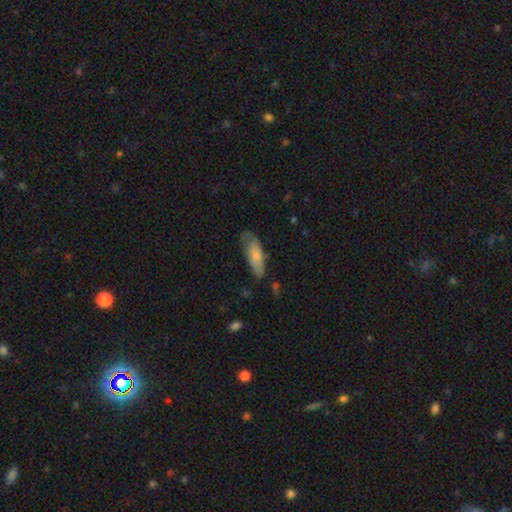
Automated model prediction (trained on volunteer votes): Overall: smooth (73%). How rounded: in between (63%; cigar-shaped 35%). Merging: none (57%; minor disturbance 31%).